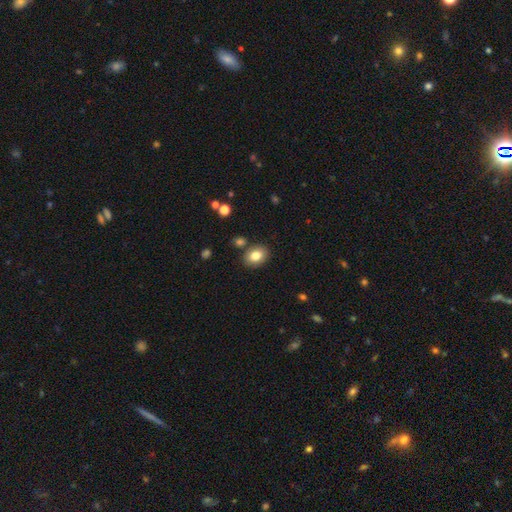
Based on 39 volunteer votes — A smooth galaxy with no disk features (79%) that is in between round and cigar-shaped (65%).

Vote fractions:
- Smooth or featured? smooth: 79% / featured or disk: 13% / star or artifact: 8%
- How rounded? in between: 65% / round: 35% / cigar-shaped: 0%
- Merging? none: 92% / minor disturbance: 3% / major disturbance: 3% / merger: 3%